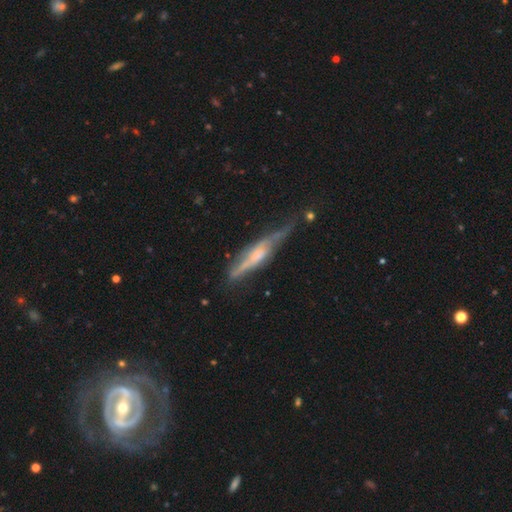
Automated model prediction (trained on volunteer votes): featured or disk 69%, smooth 25%, star or artifact 7%. Down the decision tree: edge-on disk — yes (83%); edge-on bulge — rounded (52%); merging — none (44%).